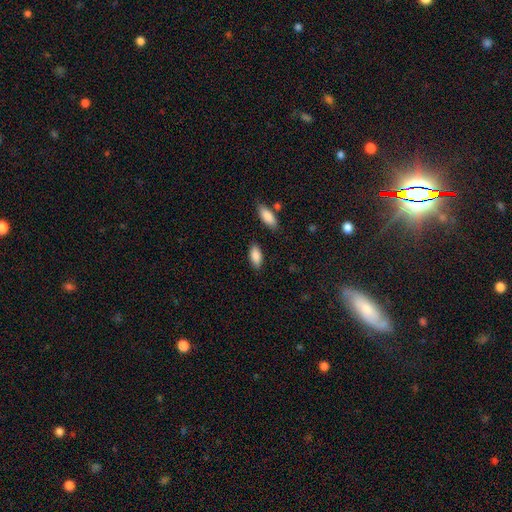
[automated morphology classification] type=smooth (88%); roundness=in between (89%); merging=none (85%).